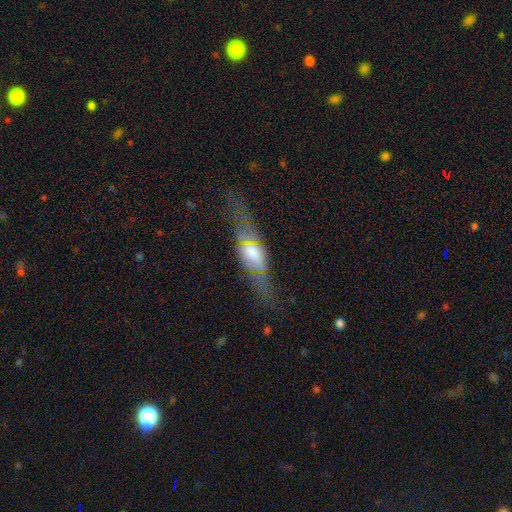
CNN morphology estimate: Smooth or featured?
  - featured or disk: 50% *
  - smooth: 38%
  - star or artifact: 11%
Edge-on disk?
  - yes: 65% *
  - no: 35%
Merging?
  - none: 50% *
  - major disturbance: 25%
  - minor disturbance: 21%
  - merger: 4%